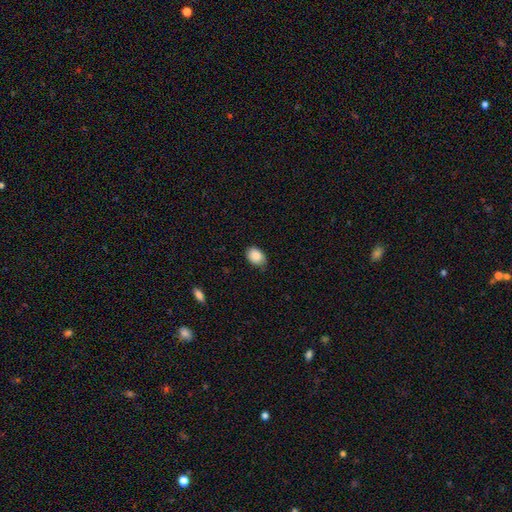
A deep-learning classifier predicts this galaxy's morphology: smooth 89%, star or artifact 7%, featured or disk 4%. Down the decision tree: how rounded — in between (76%); merging — none (74%).